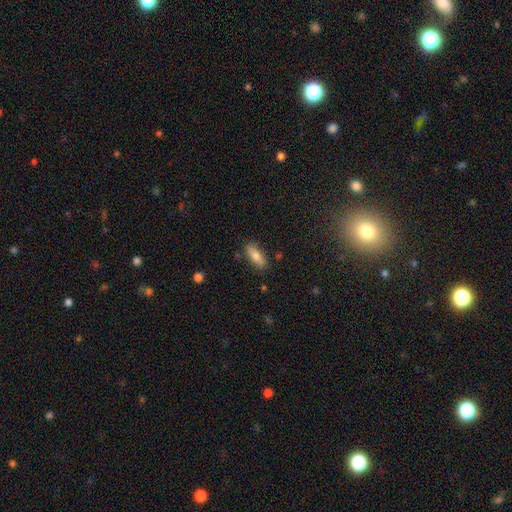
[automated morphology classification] The model was most divided on "how rounded": in between: 69%, cigar-shaped: 28%, round: 2%. More confident: merging — none (83%); smooth or featured — smooth (78%).